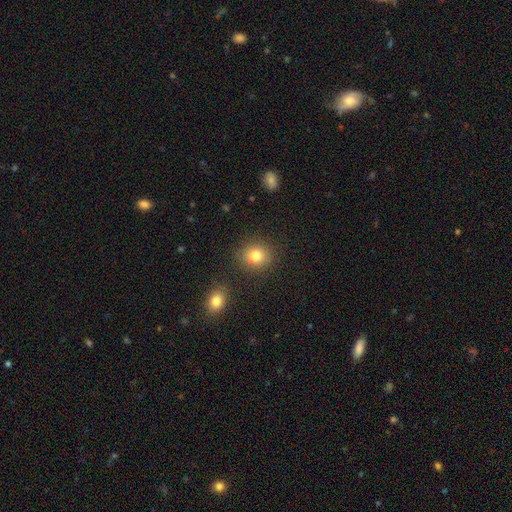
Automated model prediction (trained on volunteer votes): smooth 80%, star or artifact 12%, featured or disk 8%. Down the decision tree: how rounded — round (73%); merging — none (85%).